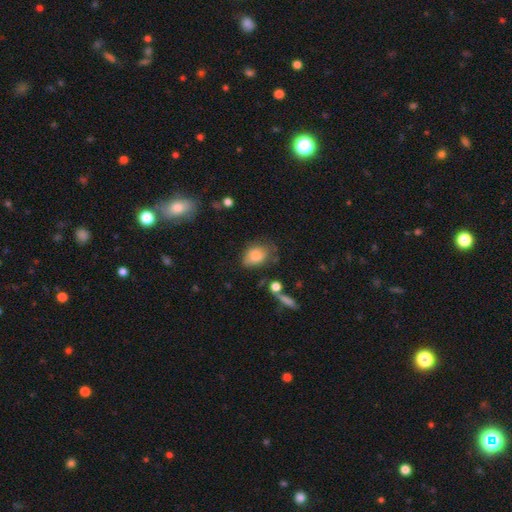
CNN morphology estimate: A smooth galaxy with no disk features (82%) that is in between round and cigar-shaped (80%).

Vote fractions:
- Smooth or featured? smooth: 82% / featured or disk: 10% / star or artifact: 8%
- How rounded? in between: 80% / round: 19% / cigar-shaped: 2%
- Merging? none: 53% / minor disturbance: 30% / major disturbance: 12% / merger: 5%